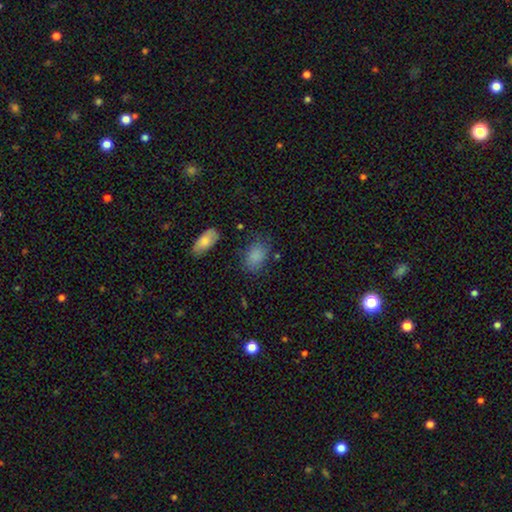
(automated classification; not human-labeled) This appears to be a smooth galaxy with no disk features (84%) that is in between round and cigar-shaped (81%). Merging: none (69%).